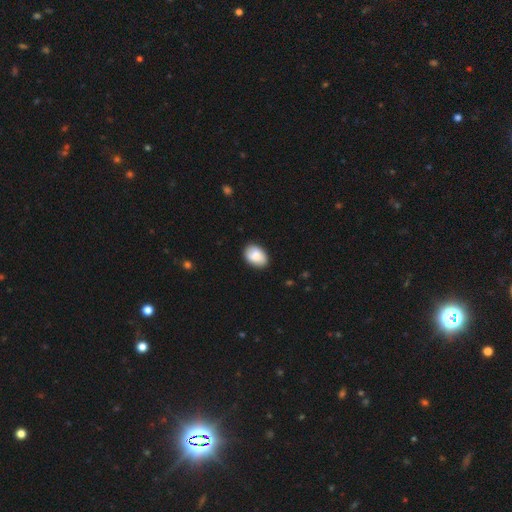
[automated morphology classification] type=smooth (85%); roundness=in between (83%); merging=none (85%).